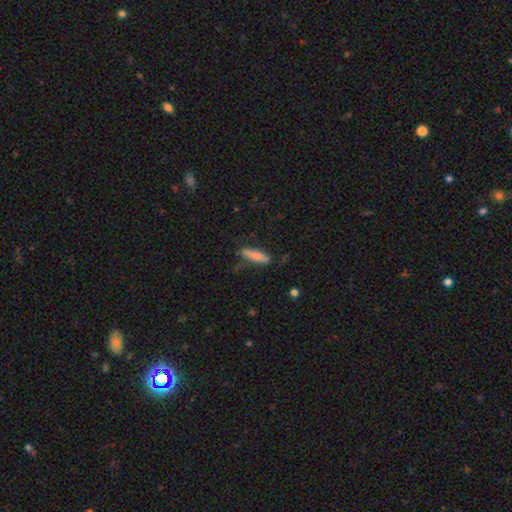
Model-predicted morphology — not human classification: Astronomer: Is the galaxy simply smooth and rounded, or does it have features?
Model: smooth — 74%.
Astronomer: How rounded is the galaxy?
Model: cigar-shaped — 79%.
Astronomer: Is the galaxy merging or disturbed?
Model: none — 72%.